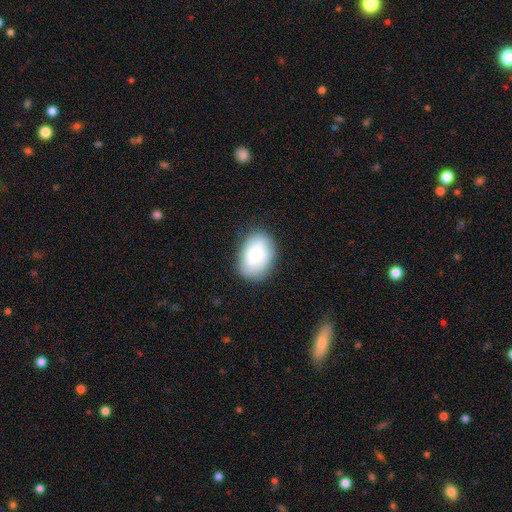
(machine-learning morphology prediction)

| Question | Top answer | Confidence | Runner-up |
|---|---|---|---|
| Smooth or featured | smooth | 47% | featured or disk (46%) |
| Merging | none | 79% | minor disturbance (15%) |